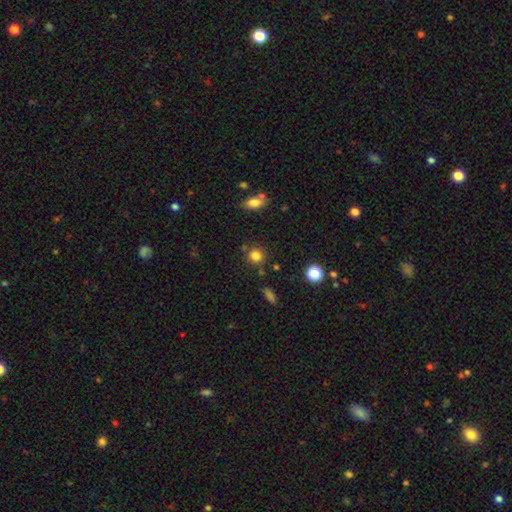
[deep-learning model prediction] Smooth or featured?
  - smooth: 81% *
  - star or artifact: 13%
  - featured or disk: 6%
How rounded?
  - round: 89% *
  - in between: 9%
  - cigar-shaped: 1%
Merging?
  - none: 81% *
  - minor disturbance: 9%
  - merger: 6%
  - major disturbance: 3%